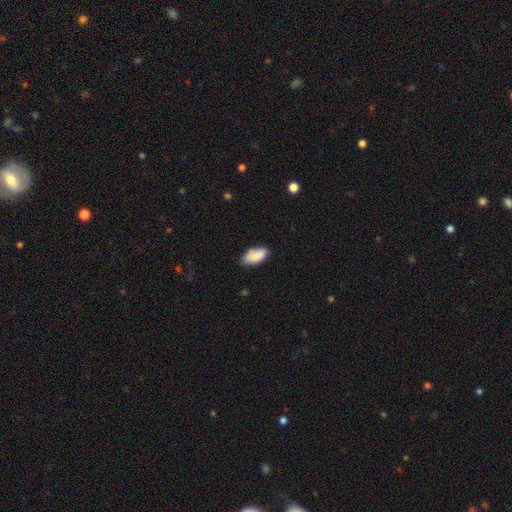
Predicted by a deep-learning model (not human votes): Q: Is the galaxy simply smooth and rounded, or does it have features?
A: smooth — 87%.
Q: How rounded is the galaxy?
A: in between — 91%.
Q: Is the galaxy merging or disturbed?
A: none — 73%.